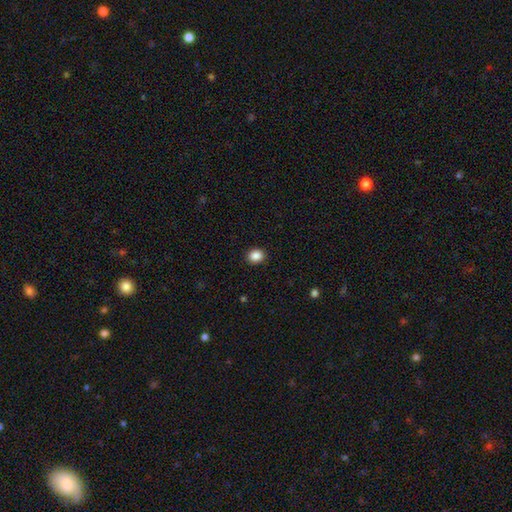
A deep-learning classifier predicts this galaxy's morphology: smooth-or-featured: smooth: 87% | star or artifact: 10% | featured or disk: 3%
  how-rounded: round: 64% | in between: 35% | cigar-shaped: 1%
  merging: none: 92% | minor disturbance: 6% | major disturbance: 2% | merger: 1%